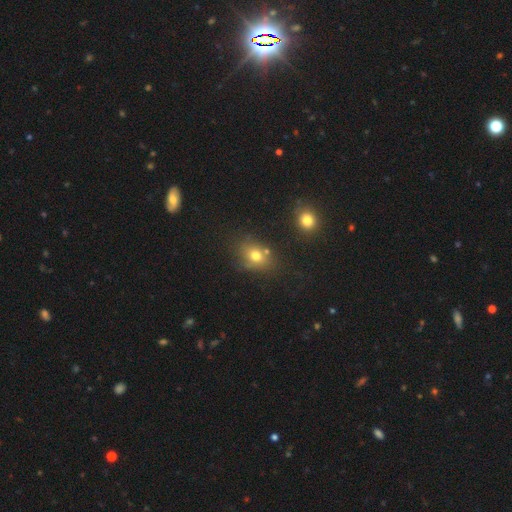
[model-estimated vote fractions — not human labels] smooth 72%, star or artifact 15%, featured or disk 13%. Down the decision tree: how rounded — in between (54%); merging — none (66%).